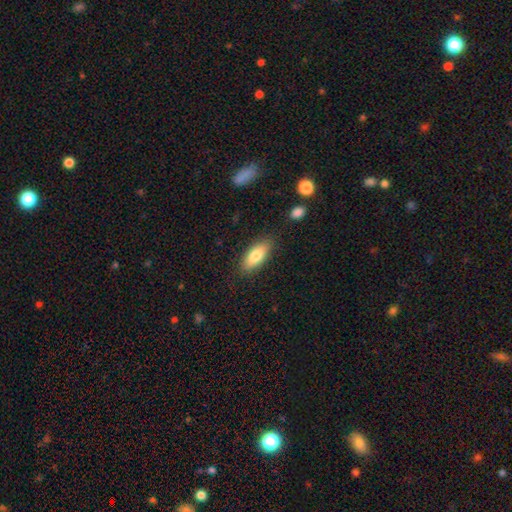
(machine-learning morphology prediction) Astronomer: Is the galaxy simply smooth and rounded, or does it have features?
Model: smooth — 78%.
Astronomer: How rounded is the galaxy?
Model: in between — 78%.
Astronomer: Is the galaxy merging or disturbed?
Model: none — 84%.